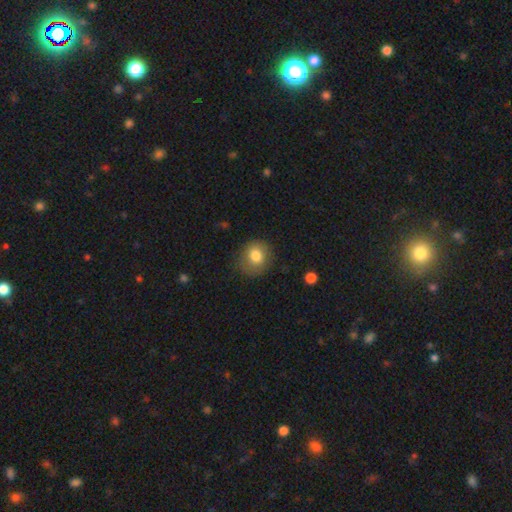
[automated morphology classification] This appears to be a smooth galaxy with no disk features (79%) that is round (72%). Merging: none (77%).